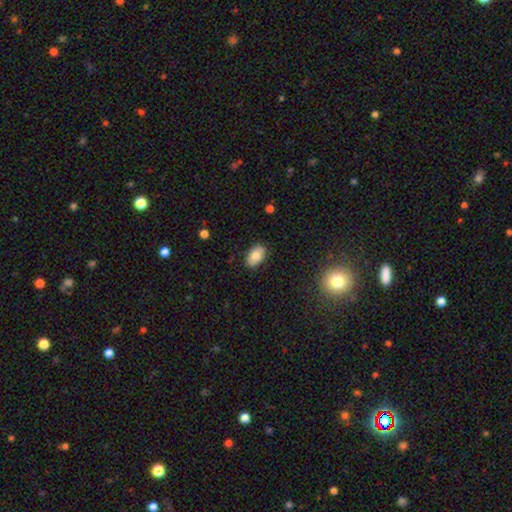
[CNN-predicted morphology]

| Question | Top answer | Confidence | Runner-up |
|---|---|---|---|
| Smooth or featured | smooth | 79% | featured or disk (14%) |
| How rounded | in between | 90% | round (8%) |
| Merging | none | 86% | minor disturbance (11%) |